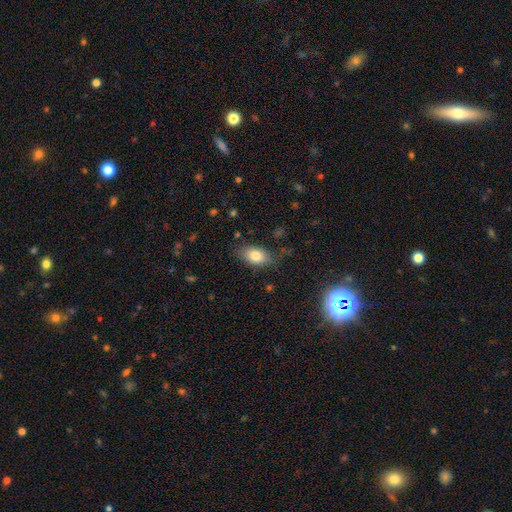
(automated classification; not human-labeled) A smooth galaxy with no disk features (81%) that is in between round and cigar-shaped (88%). Merging: none (75%).